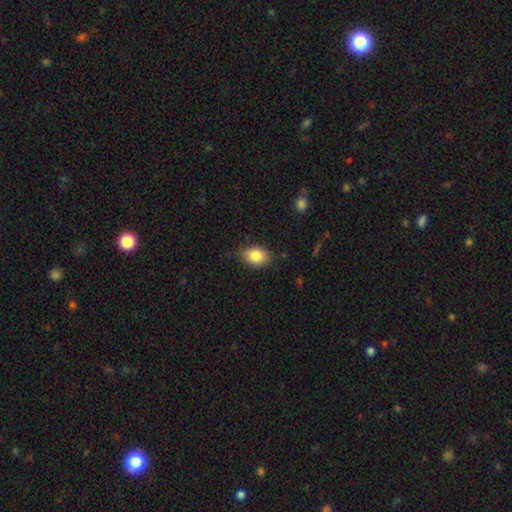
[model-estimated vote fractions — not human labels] A smooth galaxy with no disk features (85%) that is in between round and cigar-shaped (72%).

Vote fractions:
- Smooth or featured? smooth: 85% / star or artifact: 8% / featured or disk: 7%
- How rounded? in between: 72% / round: 27% / cigar-shaped: 1%
- Merging? none: 74% / minor disturbance: 21% / major disturbance: 4% / merger: 1%